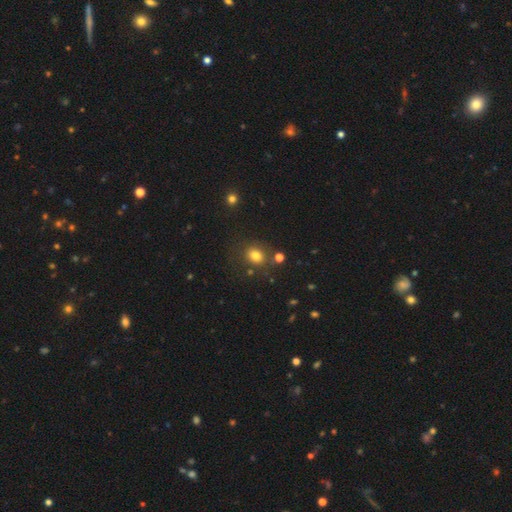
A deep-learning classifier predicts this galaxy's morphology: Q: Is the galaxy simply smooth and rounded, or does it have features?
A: smooth — 78%.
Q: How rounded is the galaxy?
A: round — 56%.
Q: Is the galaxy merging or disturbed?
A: none — 76%.